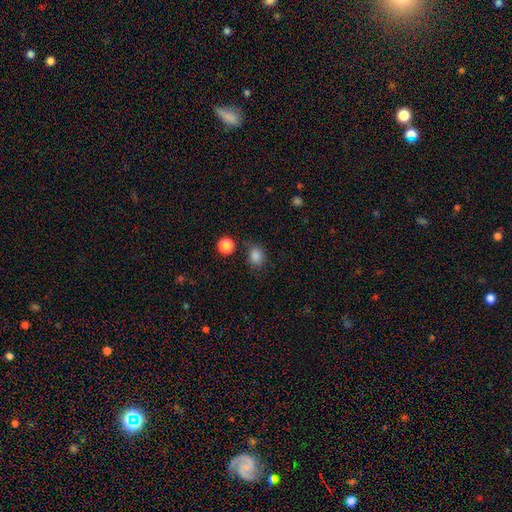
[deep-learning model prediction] smooth_or_featured: smooth (p=0.84) [alt: star or artifact p=0.12]
how_rounded: round (p=0.55) [alt: in between p=0.44]
merging: none (p=0.75) [alt: minor disturbance p=0.16]